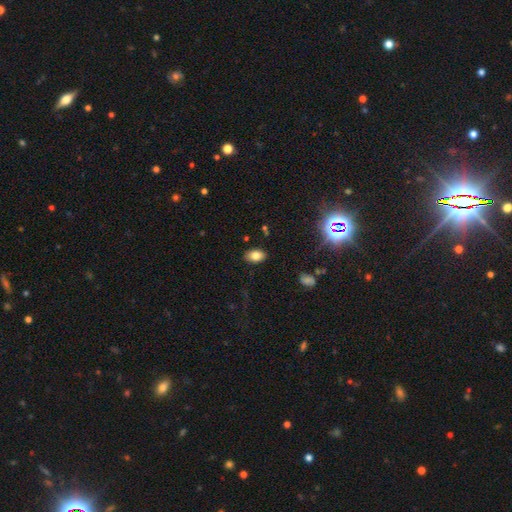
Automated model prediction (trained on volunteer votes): Overall: smooth (78%). How rounded: in between (89%). Merging: none (86%).